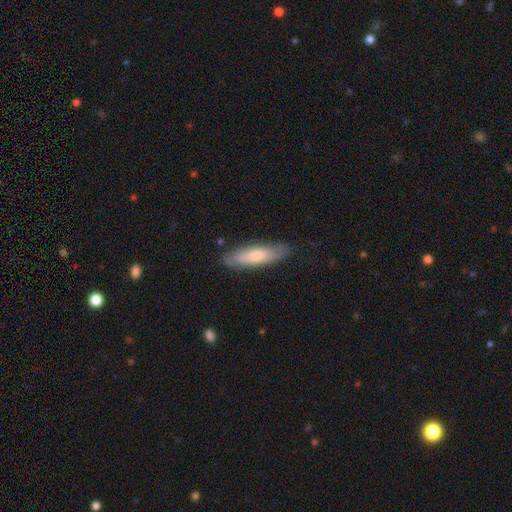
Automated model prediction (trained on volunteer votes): smooth 68%, featured or disk 26%, star or artifact 5%. Down the decision tree: how rounded — cigar-shaped (58%); merging — none (81%).